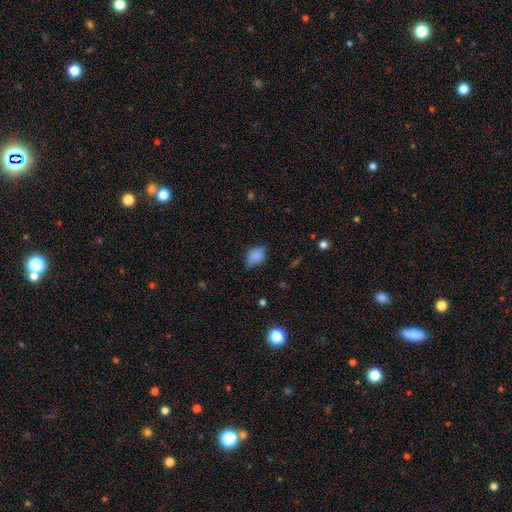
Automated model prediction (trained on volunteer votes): The model was most divided on "merging": none: 59%, minor disturbance: 32%, major disturbance: 7%, merger: 2%. More confident: how rounded — in between (81%); smooth or featured — smooth (78%).